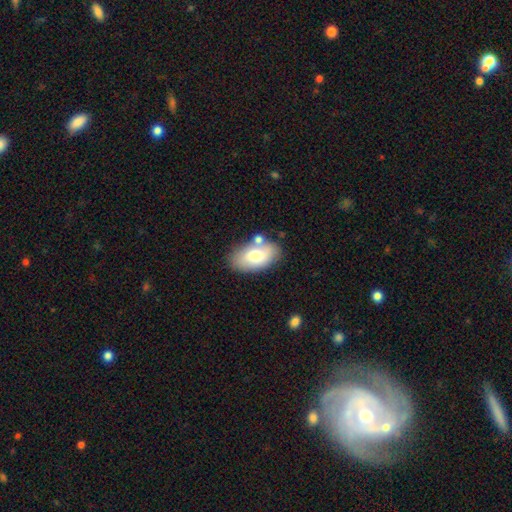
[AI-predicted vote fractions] A smooth galaxy with no disk features (70%) that is in between round and cigar-shaped (93%).

Vote fractions:
- Smooth or featured? smooth: 70% / featured or disk: 23% / star or artifact: 7%
- How rounded? in between: 93% / round: 6% / cigar-shaped: 2%
- Merging? none: 69% / minor disturbance: 15% / merger: 11% / major disturbance: 4%